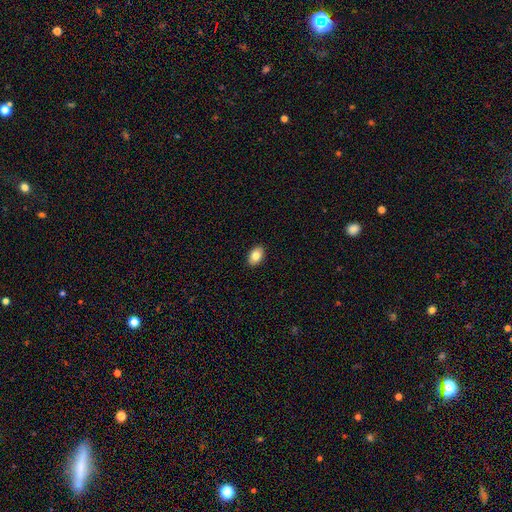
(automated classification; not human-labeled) Smooth or featured? smooth (83%)
How rounded? in between (88%)
Merging? none (90%)